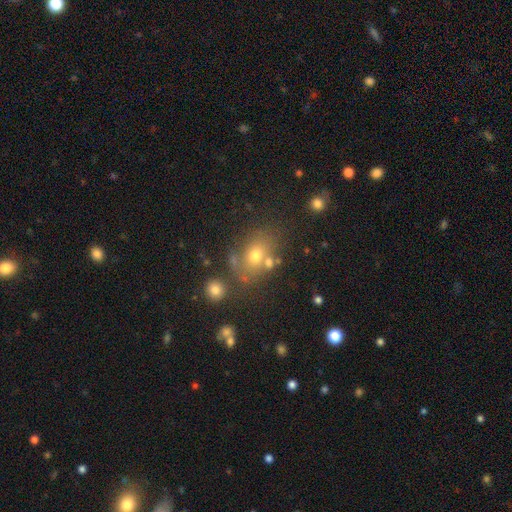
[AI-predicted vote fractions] smooth-or-featured: smooth: 62% | star or artifact: 20% | featured or disk: 18%
  how-rounded: in between: 57% | round: 41% | cigar-shaped: 2%
  merging: none: 63% | merger: 15% | minor disturbance: 15% | major disturbance: 7%